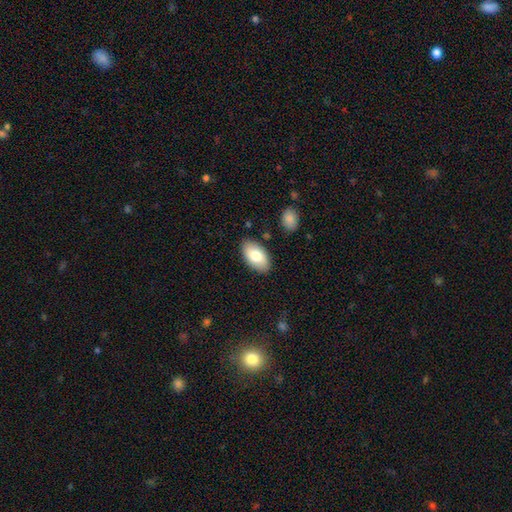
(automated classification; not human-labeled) smooth-or-featured: smooth: 77% | featured or disk: 16% | star or artifact: 6%
  how-rounded: in between: 95% | round: 3% | cigar-shaped: 2%
  merging: none: 86% | minor disturbance: 10% | major disturbance: 2% | merger: 2%